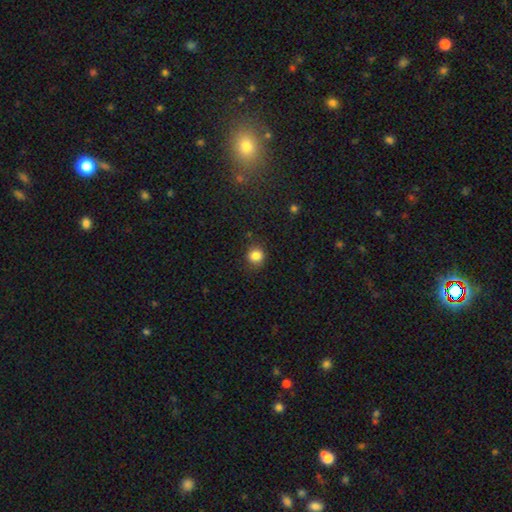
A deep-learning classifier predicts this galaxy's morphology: Smooth or featured: smooth — 84% (star or artifact — 11%)
How rounded: round — 86% (in between — 13%)
Merging: none — 85% (minor disturbance — 11%)